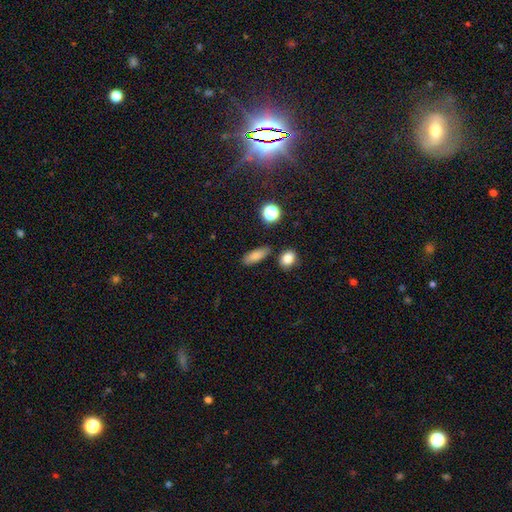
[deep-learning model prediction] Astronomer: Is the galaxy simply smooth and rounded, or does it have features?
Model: smooth — 81%.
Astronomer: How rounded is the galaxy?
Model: in between — 66%.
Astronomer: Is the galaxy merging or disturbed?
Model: none — 84%.